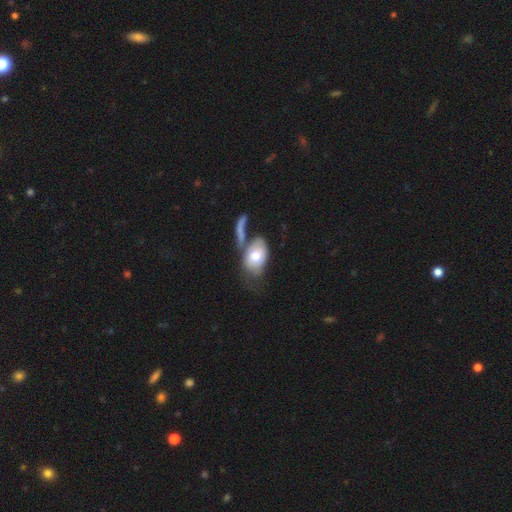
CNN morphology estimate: A smooth galaxy with no disk features (67%) that is in between round and cigar-shaped (86%).

Vote fractions:
- Smooth or featured? smooth: 67% / featured or disk: 27% / star or artifact: 6%
- How rounded? in between: 86% / round: 11% / cigar-shaped: 2%
- Merging? merger: 32% / none: 31% / major disturbance: 20% / minor disturbance: 17%